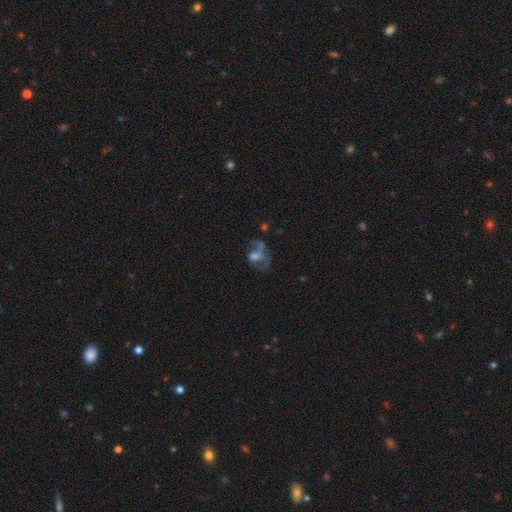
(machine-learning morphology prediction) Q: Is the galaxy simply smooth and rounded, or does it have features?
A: featured or disk — 55%.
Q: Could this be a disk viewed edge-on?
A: no — 97%.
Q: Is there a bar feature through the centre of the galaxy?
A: no — 73%.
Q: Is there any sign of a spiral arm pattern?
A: no — 51%.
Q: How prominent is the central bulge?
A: moderate — 35%.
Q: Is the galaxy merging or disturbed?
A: major disturbance — 49%.